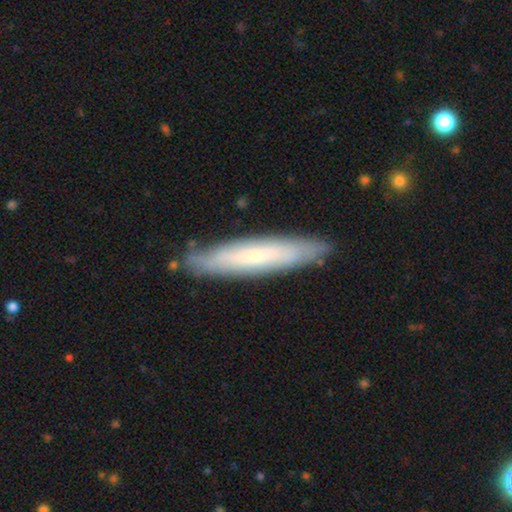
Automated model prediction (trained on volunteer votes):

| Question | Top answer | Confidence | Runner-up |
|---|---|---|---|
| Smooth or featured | smooth | 49% | featured or disk (45%) |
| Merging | none | 84% | minor disturbance (12%) |